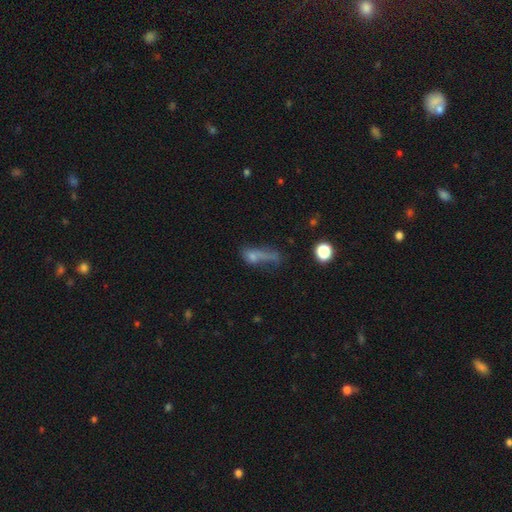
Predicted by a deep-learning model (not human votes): The model was most divided on "how rounded": in between: 47%, cigar-shaped: 37%, round: 16%. Remaining: smooth or featured — smooth (55%); merging — major disturbance (38%).